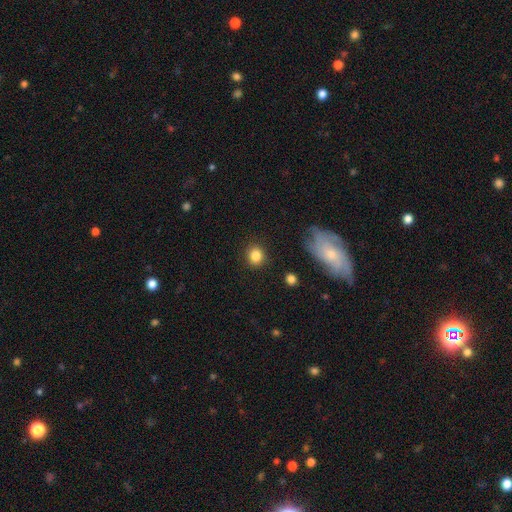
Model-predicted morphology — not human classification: Overall: smooth (85%). How rounded: round (81%). Merging: none (88%).